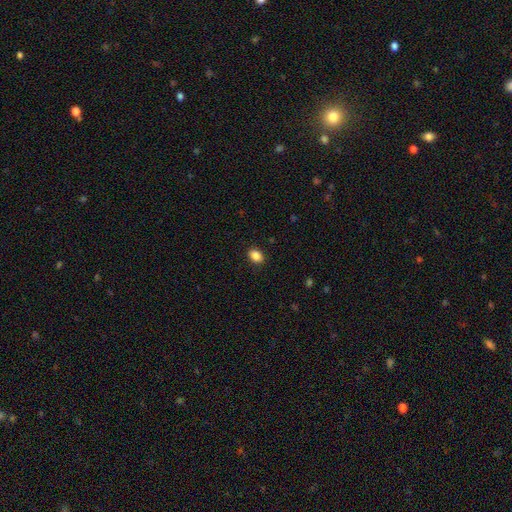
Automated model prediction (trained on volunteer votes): smooth-or-featured: smooth: 88% | star or artifact: 9% | featured or disk: 3%
  how-rounded: in between: 71% | round: 28% | cigar-shaped: 1%
  merging: none: 90% | minor disturbance: 7% | major disturbance: 2% | merger: 1%